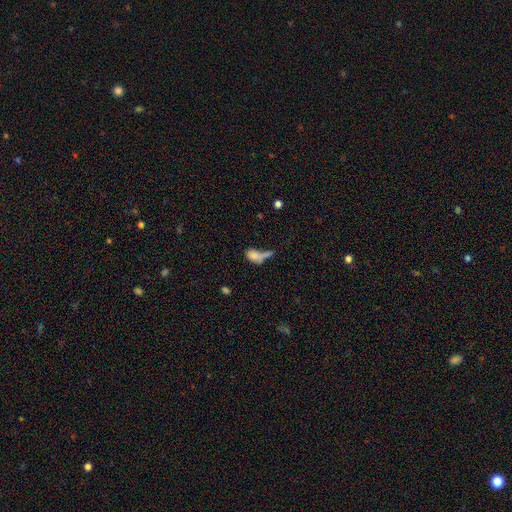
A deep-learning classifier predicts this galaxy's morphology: Smooth or featured? Predicted: smooth (p=0.72). How rounded? Predicted: in between (p=0.77). Merging? Predicted: merger (p=0.41).